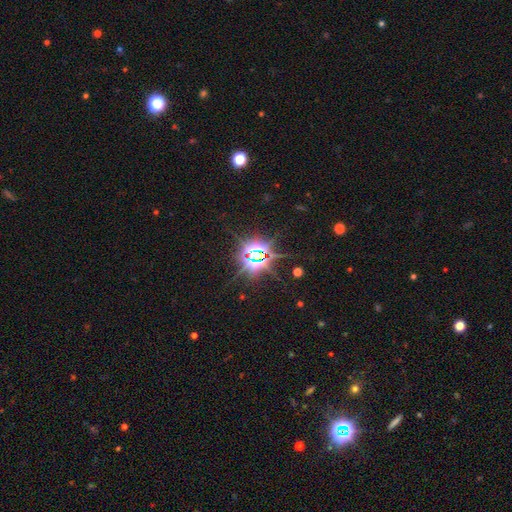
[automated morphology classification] A star or artifact, not a galaxy (81%).

Vote fractions:
- Smooth or featured? star or artifact: 81% / featured or disk: 11% / smooth: 8%